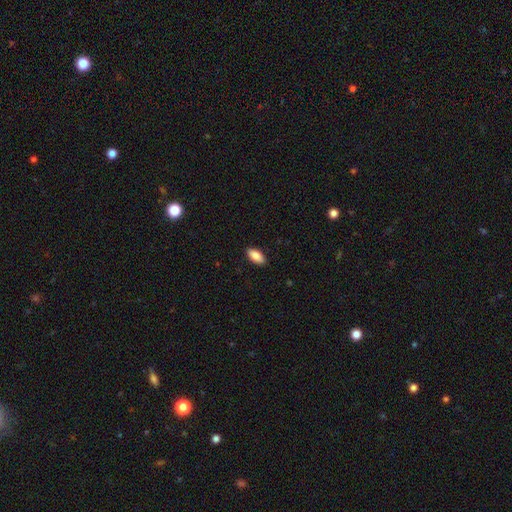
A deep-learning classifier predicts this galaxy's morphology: Smooth or featured?
  - smooth: 87% *
  - star or artifact: 7%
  - featured or disk: 6%
How rounded?
  - in between: 90% *
  - cigar-shaped: 7%
  - round: 2%
Merging?
  - none: 89% *
  - minor disturbance: 8%
  - major disturbance: 2%
  - merger: 1%